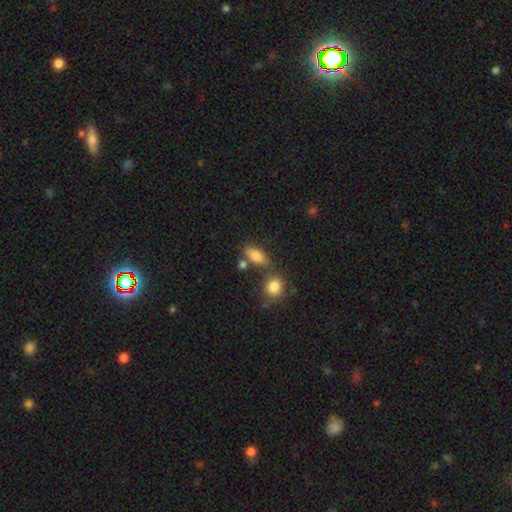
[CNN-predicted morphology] smooth-or-featured: smooth: 84% | star or artifact: 9% | featured or disk: 8%
  how-rounded: in between: 82% | round: 9% | cigar-shaped: 9%
  merging: none: 64% | merger: 16% | minor disturbance: 15% | major disturbance: 5%